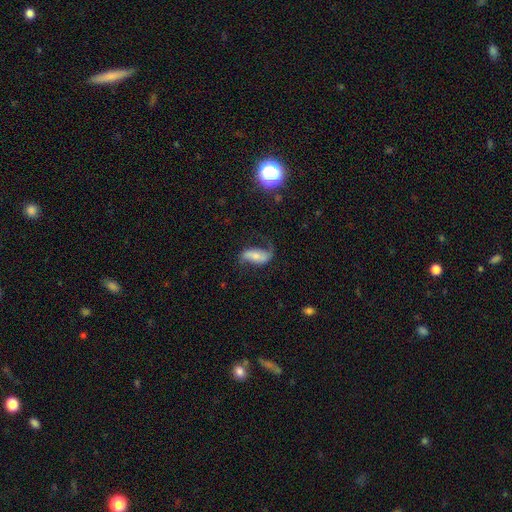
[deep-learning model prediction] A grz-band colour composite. It shows a featured or disk galaxy (64%) with a strong bar (36%), 2 (82%) loose (74%) spiral arms (89%) and a small central bulge (50%). Merging: none (57%).